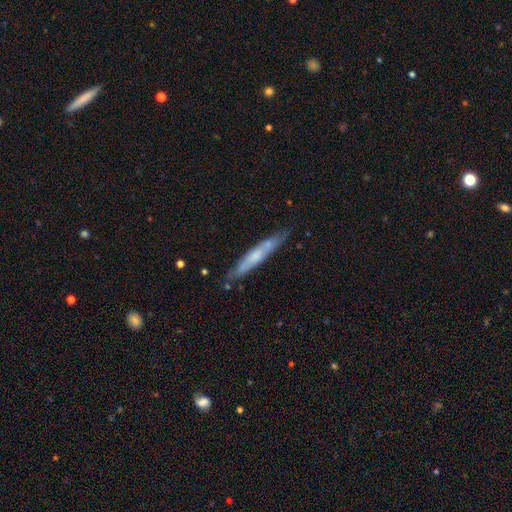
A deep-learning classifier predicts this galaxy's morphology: Smooth or featured: featured or disk — 48% (smooth — 46%)
Merging: none — 78% (minor disturbance — 16%)